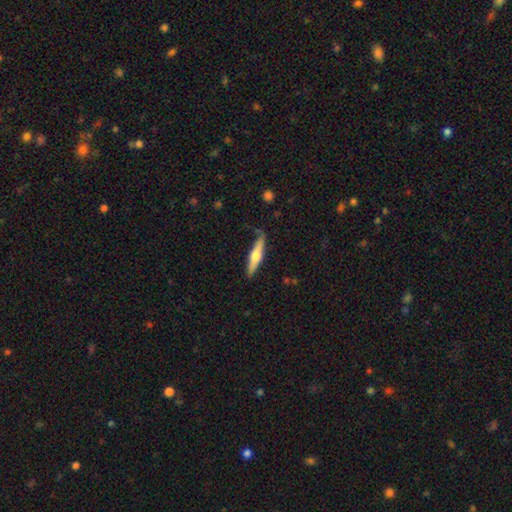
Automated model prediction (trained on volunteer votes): Morphology: type=featured or disk (55%); edge-on=yes (95%); edge-on bulge=rounded (90%); merging=none (79%).